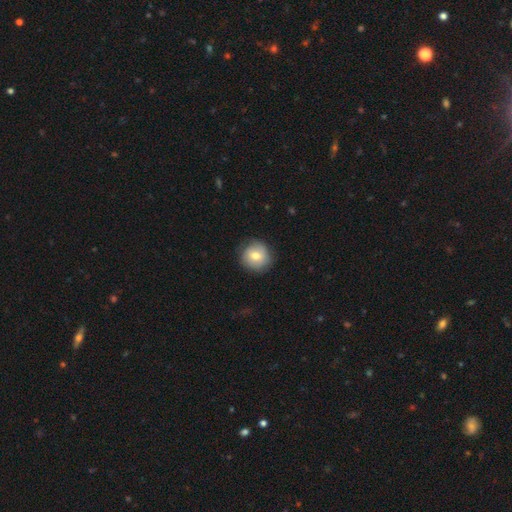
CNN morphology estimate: Smooth or featured?
  - smooth: 68% *
  - featured or disk: 24%
  - star or artifact: 8%
How rounded?
  - round: 91% *
  - in between: 8%
  - cigar-shaped: 1%
Merging?
  - none: 82% *
  - minor disturbance: 13%
  - major disturbance: 4%
  - merger: 1%